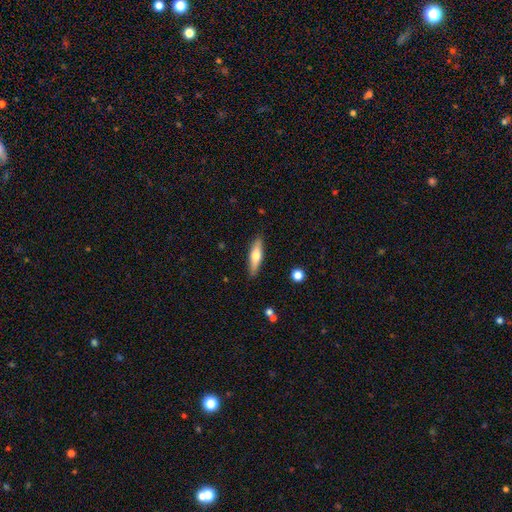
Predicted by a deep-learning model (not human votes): smooth-or-featured: smooth: 51% | featured or disk: 43% | star or artifact: 6%
  how-rounded: cigar-shaped: 69% | in between: 29% | round: 2%
  merging: none: 88% | minor disturbance: 9% | major disturbance: 2% | merger: 1%